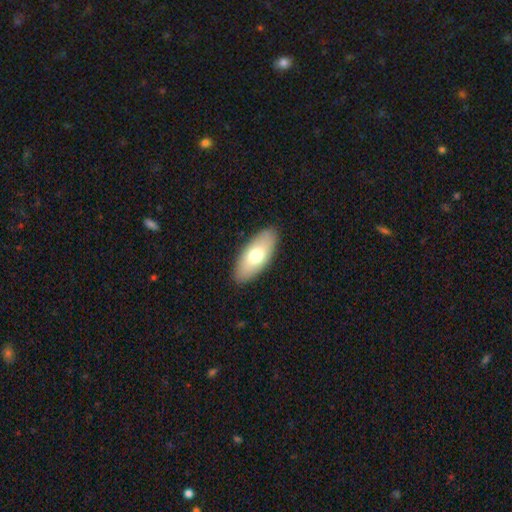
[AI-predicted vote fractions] smooth-or-featured: smooth: 70% | featured or disk: 23% | star or artifact: 6%
  how-rounded: in between: 88% | cigar-shaped: 10% | round: 3%
  merging: none: 89% | minor disturbance: 8% | major disturbance: 2% | merger: 1%